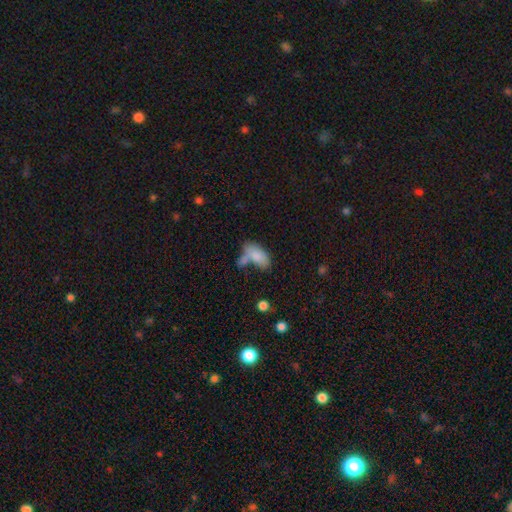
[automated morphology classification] smooth 81%, featured or disk 11%, star or artifact 8%. Down the decision tree: how rounded — in between (91%); merging — merger (38%).